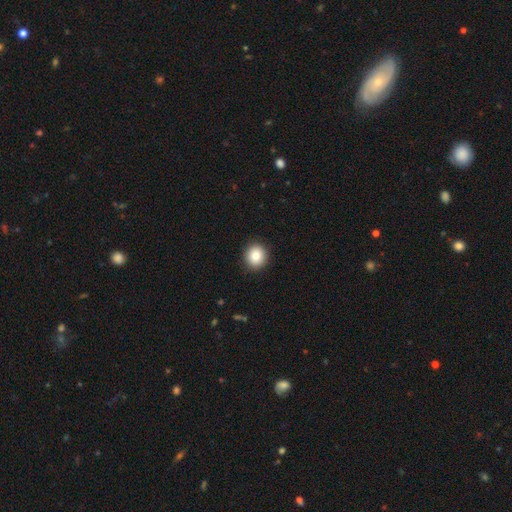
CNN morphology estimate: smooth-or-featured: smooth: 84% | star or artifact: 9% | featured or disk: 7%
  how-rounded: round: 86% | in between: 13% | cigar-shaped: 1%
  merging: none: 91% | minor disturbance: 6% | major disturbance: 2% | merger: 1%